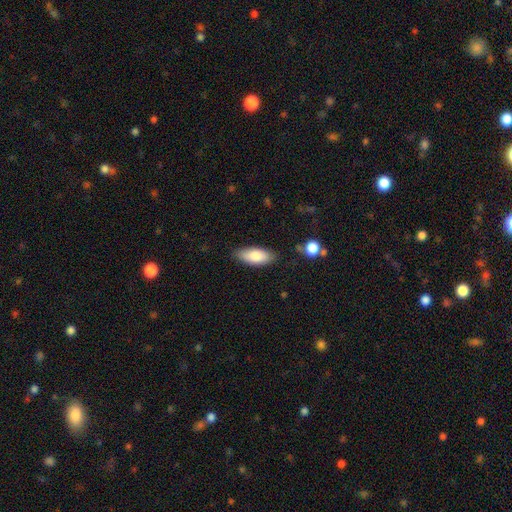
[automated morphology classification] Overall: smooth (79%). How rounded: in between (82%). Merging: none (82%).